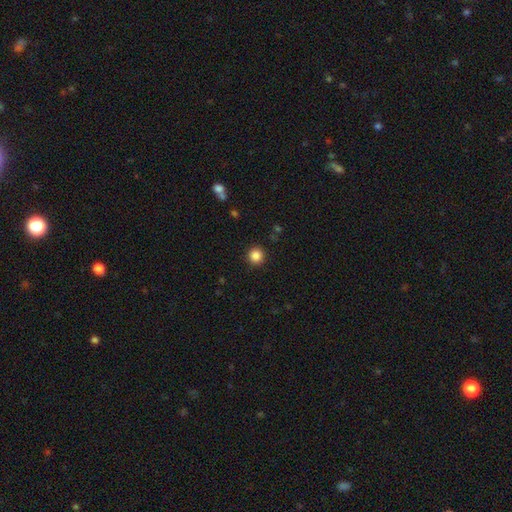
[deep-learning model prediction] Smooth or featured?
  - smooth: 86% *
  - star or artifact: 11%
  - featured or disk: 3%
How rounded?
  - round: 95% *
  - in between: 4%
  - cigar-shaped: 1%
Merging?
  - none: 92% *
  - minor disturbance: 5%
  - major disturbance: 2%
  - merger: 1%